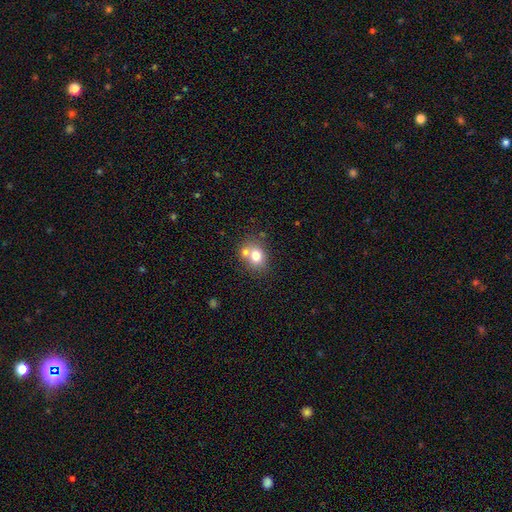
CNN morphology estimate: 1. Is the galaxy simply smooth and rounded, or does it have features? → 75% smooth, 14% featured or disk, 11% star or artifact.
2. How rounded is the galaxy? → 59% round, 40% in between, 1% cigar-shaped.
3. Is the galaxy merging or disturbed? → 50% none, 36% merger, 11% minor disturbance, 4% major disturbance.